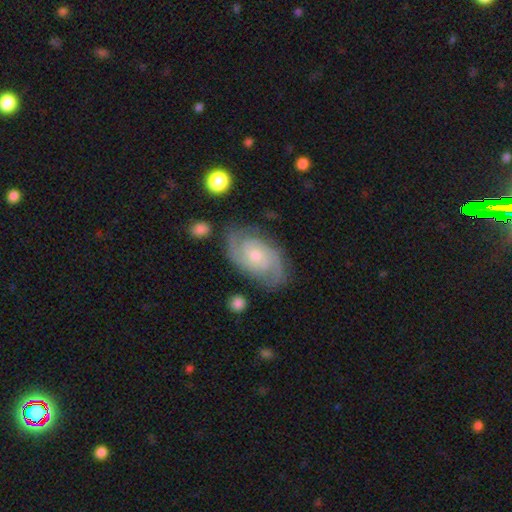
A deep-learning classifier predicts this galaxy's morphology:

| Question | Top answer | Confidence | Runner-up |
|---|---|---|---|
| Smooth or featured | featured or disk | 84% | smooth (11%) |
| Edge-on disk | no | 97% | yes (3%) |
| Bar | no | 65% | weak (30%) |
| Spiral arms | yes | 97% | no (3%) |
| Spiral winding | tight | 56% | medium (36%) |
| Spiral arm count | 2 | 69% | can't tell (12%) |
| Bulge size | small | 51% | moderate (42%) |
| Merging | none | 77% | minor disturbance (16%) |